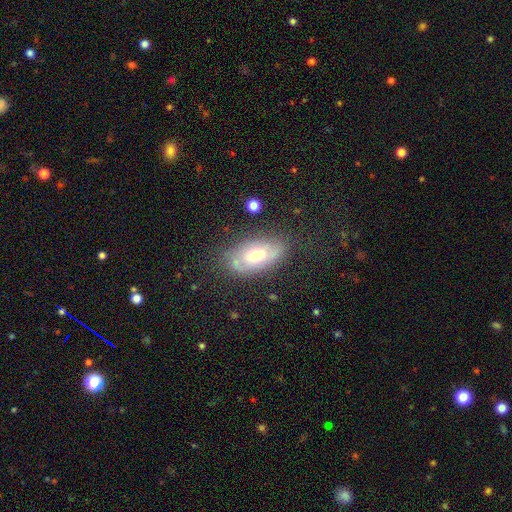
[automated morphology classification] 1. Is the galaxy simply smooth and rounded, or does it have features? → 51% featured or disk, 39% smooth, 10% star or artifact.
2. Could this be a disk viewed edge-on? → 87% no, 13% yes.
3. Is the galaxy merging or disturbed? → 70% none, 20% minor disturbance, 7% major disturbance, 3% merger.